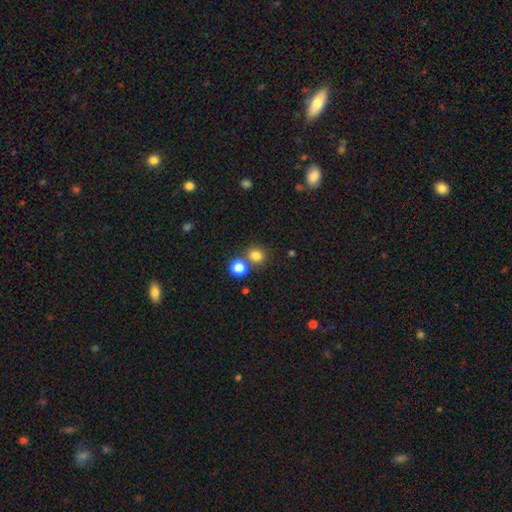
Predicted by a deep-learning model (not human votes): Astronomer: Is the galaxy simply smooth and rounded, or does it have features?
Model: smooth — 80%.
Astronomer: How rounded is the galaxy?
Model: round — 79%.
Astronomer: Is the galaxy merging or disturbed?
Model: none — 68%.